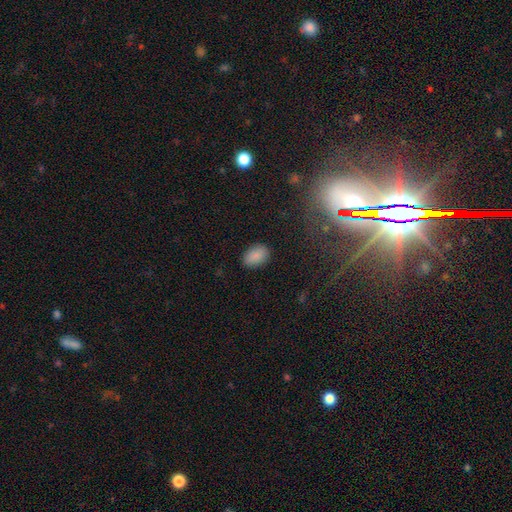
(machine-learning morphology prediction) smooth_or_featured: smooth (p=0.89) [alt: star or artifact p=0.08]
how_rounded: in between (p=0.88) [alt: round p=0.11]
merging: none (p=0.87) [alt: minor disturbance p=0.09]